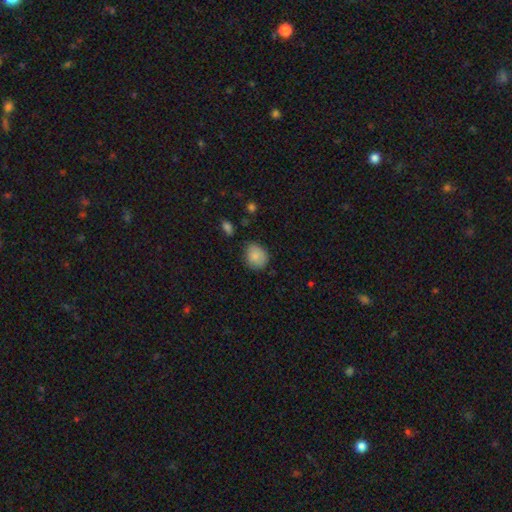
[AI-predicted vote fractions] Morphology: type=smooth (84%); roundness=round (60%); merging=none (65%).